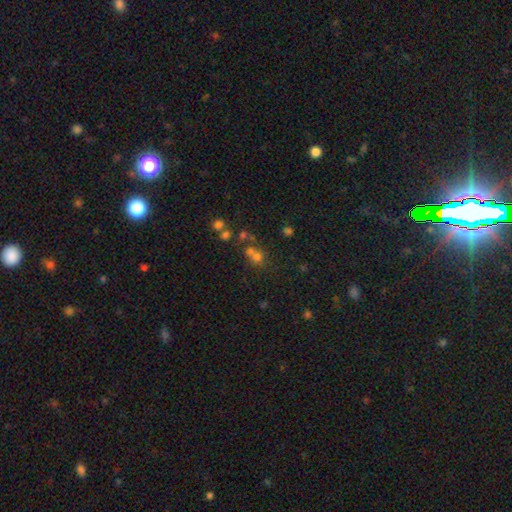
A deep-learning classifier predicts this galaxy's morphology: smooth-or-featured: smooth: 54% | star or artifact: 31% | featured or disk: 15%
  how-rounded: round: 82% | in between: 17% | cigar-shaped: 1%
  merging: none: 49% | merger: 37% | minor disturbance: 8% | major disturbance: 5%